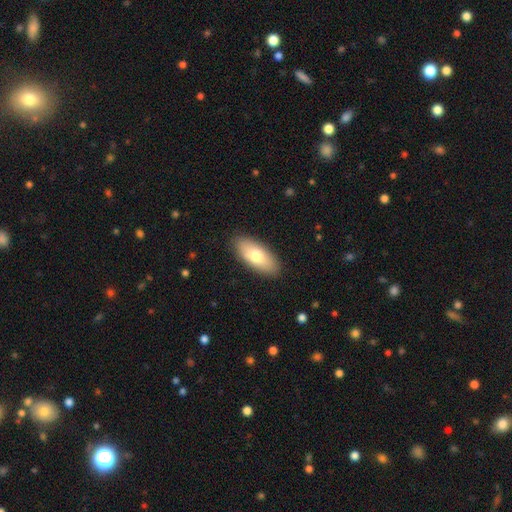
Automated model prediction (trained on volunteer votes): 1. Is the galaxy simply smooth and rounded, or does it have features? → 72% smooth, 22% featured or disk, 6% star or artifact.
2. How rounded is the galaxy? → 87% in between, 10% cigar-shaped, 3% round.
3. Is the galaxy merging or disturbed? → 88% none, 9% minor disturbance, 2% major disturbance, 1% merger.